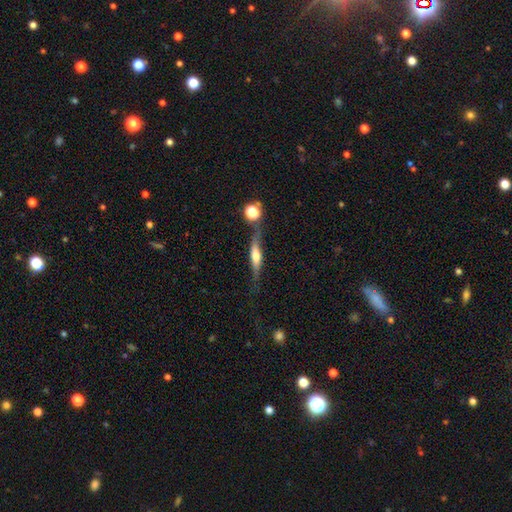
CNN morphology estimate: This appears to be a featured or disk galaxy (59%) viewed edge-on (89%) with a rounded central bulge (83%). Merging: none (58%).